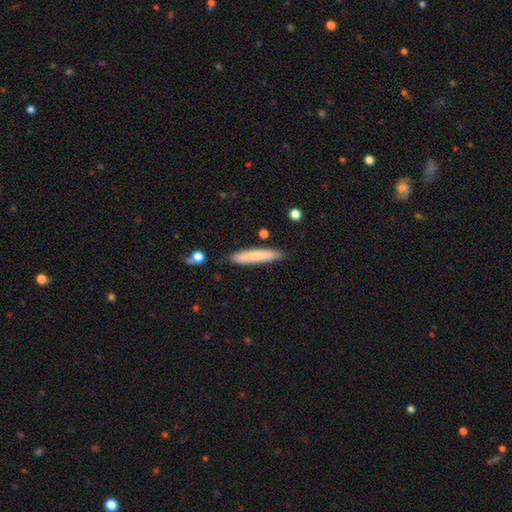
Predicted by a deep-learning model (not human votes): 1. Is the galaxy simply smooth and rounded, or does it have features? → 75% smooth, 19% featured or disk, 6% star or artifact.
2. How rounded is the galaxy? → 90% cigar-shaped, 9% in between, 1% round.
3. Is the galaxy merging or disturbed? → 85% none, 11% minor disturbance, 2% merger, 2% major disturbance.